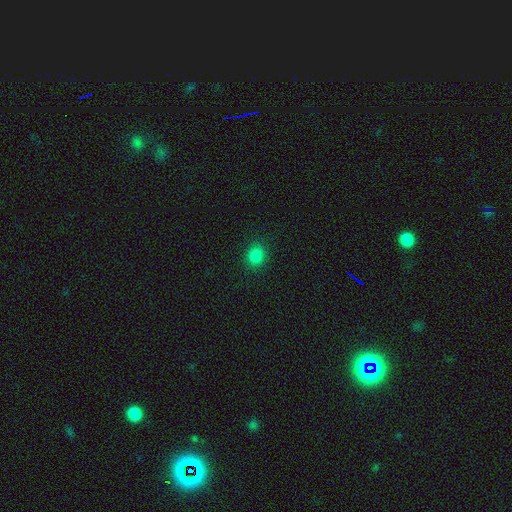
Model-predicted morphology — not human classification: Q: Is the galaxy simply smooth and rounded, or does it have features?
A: smooth — 83%.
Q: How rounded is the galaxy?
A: round — 78%.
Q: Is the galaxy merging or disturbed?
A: none — 90%.